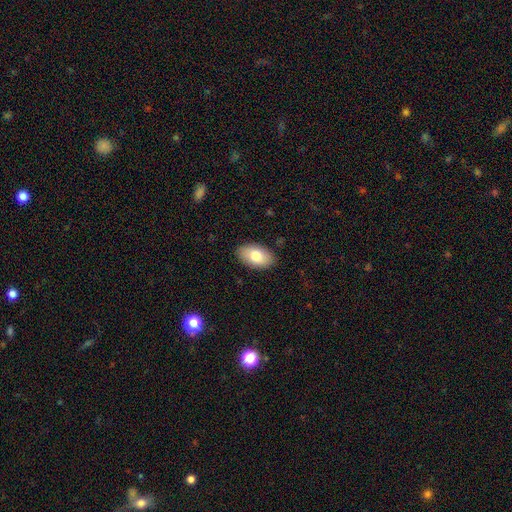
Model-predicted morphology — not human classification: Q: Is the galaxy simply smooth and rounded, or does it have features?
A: smooth — 79%.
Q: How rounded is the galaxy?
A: in between — 94%.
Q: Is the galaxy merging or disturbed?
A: none — 87%.